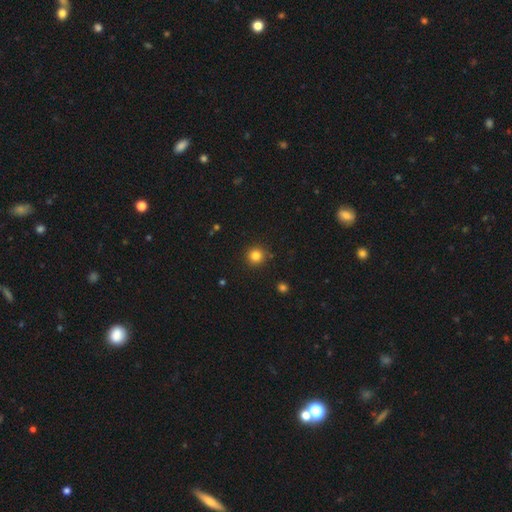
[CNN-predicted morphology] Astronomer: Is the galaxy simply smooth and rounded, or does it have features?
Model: smooth — 83%.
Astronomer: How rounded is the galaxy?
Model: round — 94%.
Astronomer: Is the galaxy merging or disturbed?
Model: none — 90%.